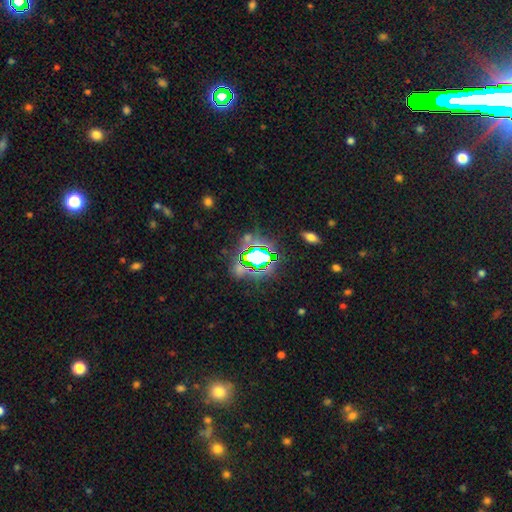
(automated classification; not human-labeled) smooth-or-featured: star or artifact: 71% | smooth: 18% | featured or disk: 11%